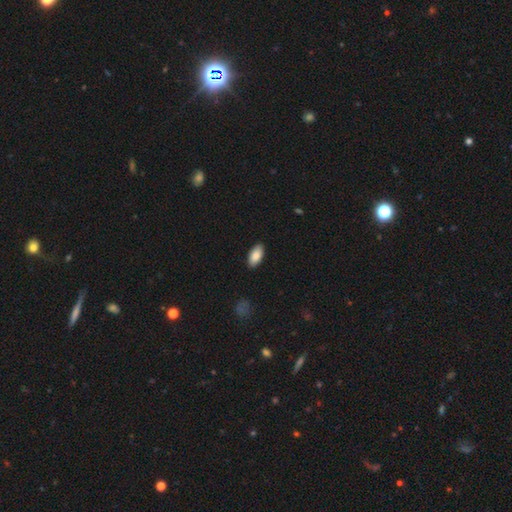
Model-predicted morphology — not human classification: smooth 88%, star or artifact 6%, featured or disk 6%. Down the decision tree: how rounded — in between (93%); merging — none (89%).